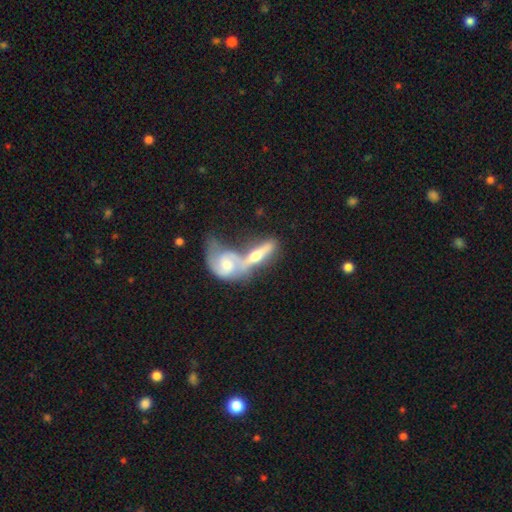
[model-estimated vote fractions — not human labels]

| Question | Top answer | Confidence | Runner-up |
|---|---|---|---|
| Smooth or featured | featured or disk | 62% | smooth (32%) |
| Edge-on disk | yes | 63% | no (37%) |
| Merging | merger | 66% | none (20%) |